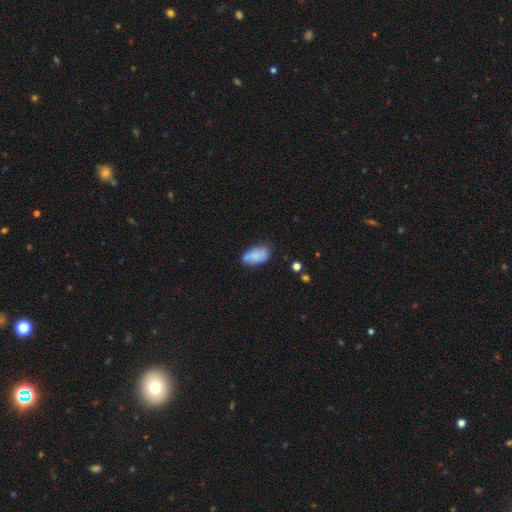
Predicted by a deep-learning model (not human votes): Q: Smooth or featured?
A: smooth (72%); runner-up: featured or disk (20%)
Q: How rounded?
A: in between (92%); runner-up: round (4%)
Q: Merging?
A: none (55%); runner-up: minor disturbance (31%)